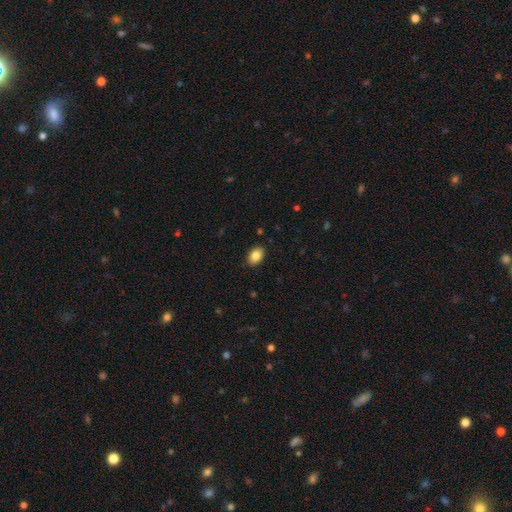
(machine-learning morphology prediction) Smooth or featured: smooth — 86% (star or artifact — 8%)
How rounded: in between — 86% (round — 13%)
Merging: none — 89% (minor disturbance — 8%)